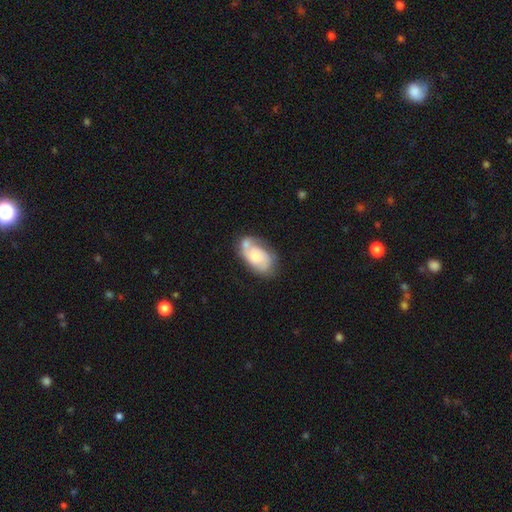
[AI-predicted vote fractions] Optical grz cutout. It shows a featured or disk galaxy (56%) with no bar (72%), spiral arms (83%) and a small central bulge (38%). Merging: none (44%).